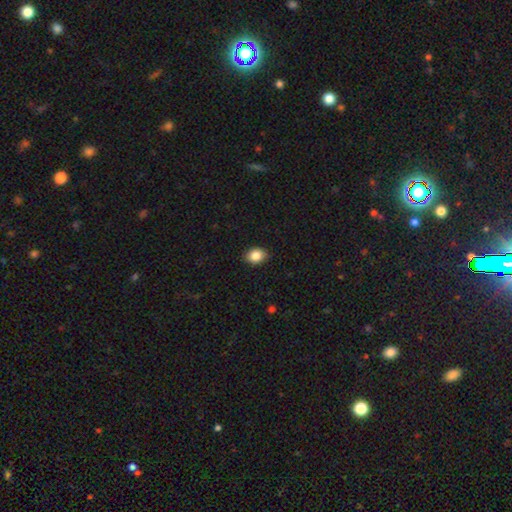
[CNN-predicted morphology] smooth-or-featured: smooth: 86% | star or artifact: 9% | featured or disk: 5%
  how-rounded: in between: 62% | round: 37% | cigar-shaped: 1%
  merging: none: 87% | minor disturbance: 10% | major disturbance: 2% | merger: 1%